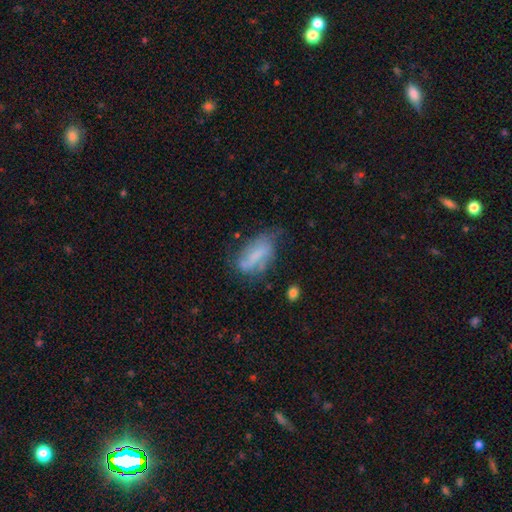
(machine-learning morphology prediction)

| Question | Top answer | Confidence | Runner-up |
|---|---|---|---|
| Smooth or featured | smooth | 48% | featured or disk (42%) |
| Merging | none | 42% | minor disturbance (33%) |